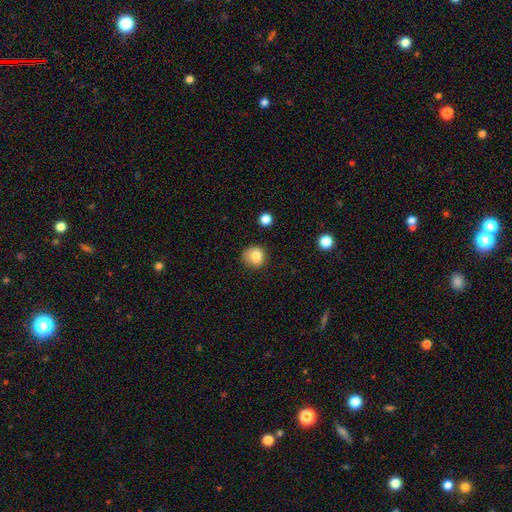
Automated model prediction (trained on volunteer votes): Smooth or featured? smooth (82%)
How rounded? round (86%)
Merging? none (71%)